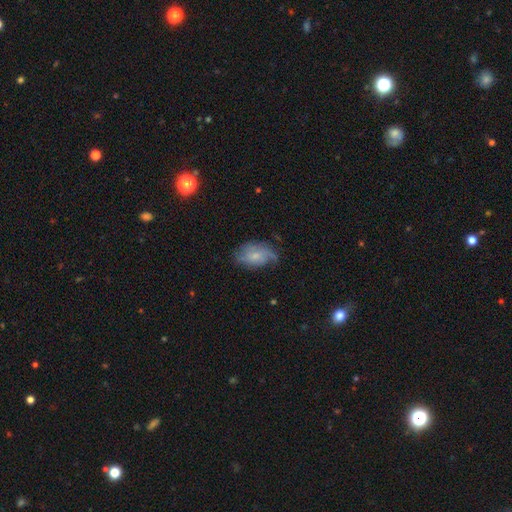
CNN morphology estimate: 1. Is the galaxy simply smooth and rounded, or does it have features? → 47% smooth, 45% featured or disk, 8% star or artifact.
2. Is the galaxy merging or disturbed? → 51% none, 32% minor disturbance, 16% major disturbance, 2% merger.